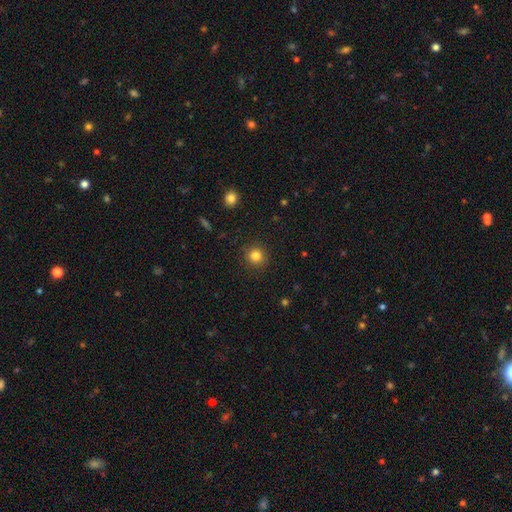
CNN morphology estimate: smooth-or-featured: smooth: 82% | star or artifact: 12% | featured or disk: 6%
  how-rounded: round: 92% | in between: 7% | cigar-shaped: 1%
  merging: none: 90% | minor disturbance: 6% | major disturbance: 2% | merger: 1%